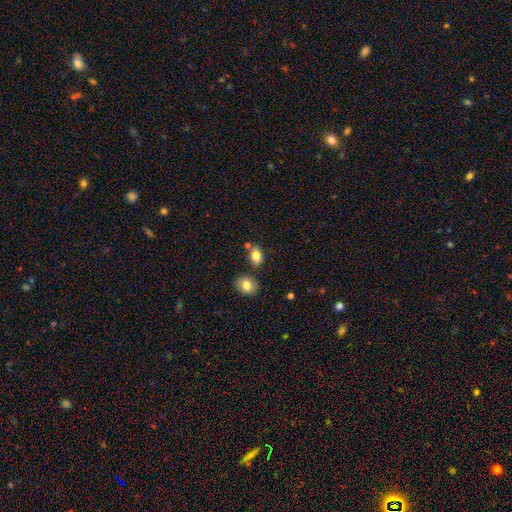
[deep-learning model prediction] A smooth galaxy with no disk features (77%) that is in between round and cigar-shaped (71%).

Vote fractions:
- Smooth or featured? smooth: 77% / featured or disk: 13% / star or artifact: 10%
- How rounded? in between: 71% / round: 27% / cigar-shaped: 2%
- Merging? none: 59% / merger: 22% / minor disturbance: 14% / major disturbance: 4%